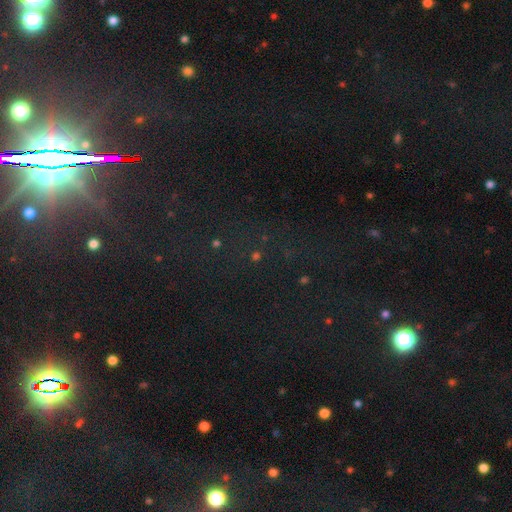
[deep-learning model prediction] smooth-or-featured: star or artifact: 69% | smooth: 23% | featured or disk: 8%